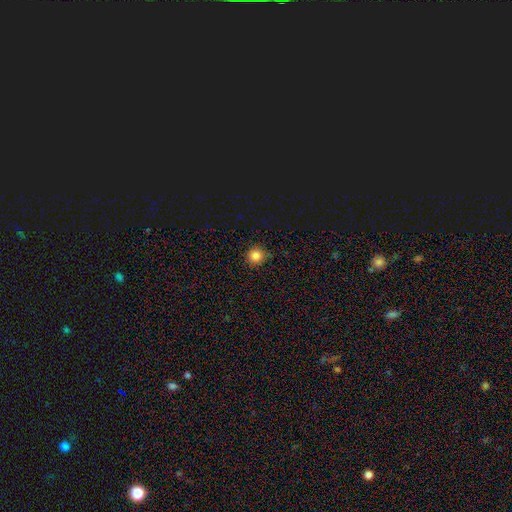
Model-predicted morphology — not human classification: A smooth galaxy with no disk features (83%) that is round (94%).

Vote fractions:
- Smooth or featured? smooth: 83% / star or artifact: 13% / featured or disk: 4%
- How rounded? round: 94% / in between: 6% / cigar-shaped: 1%
- Merging? none: 88% / minor disturbance: 9% / major disturbance: 2% / merger: 1%